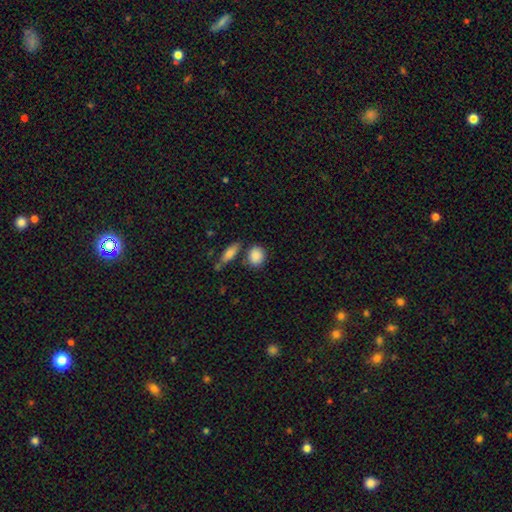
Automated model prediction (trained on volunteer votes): Smooth or featured? smooth (87%)
How rounded? round (57%)
Merging? none (70%)